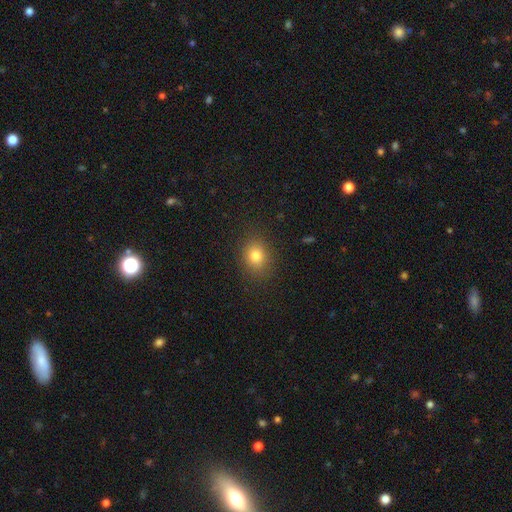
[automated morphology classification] Smooth or featured?
  - smooth: 80% *
  - star or artifact: 12%
  - featured or disk: 8%
How rounded?
  - round: 57% *
  - in between: 42%
  - cigar-shaped: 1%
Merging?
  - none: 86% *
  - minor disturbance: 9%
  - major disturbance: 3%
  - merger: 1%